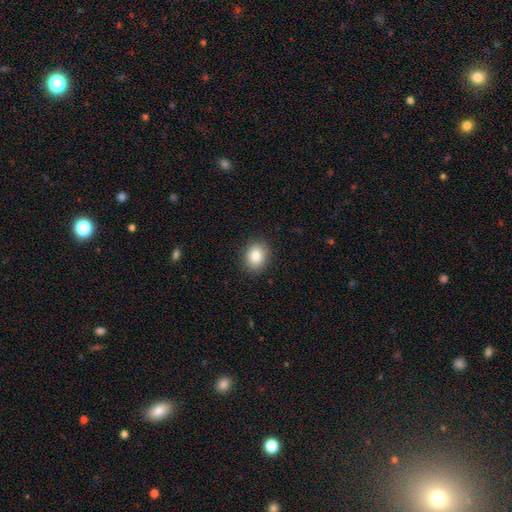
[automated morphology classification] Smooth or featured? Predicted: smooth (p=0.83). How rounded? Predicted: in between (p=0.50). Merging? Predicted: none (p=0.89).